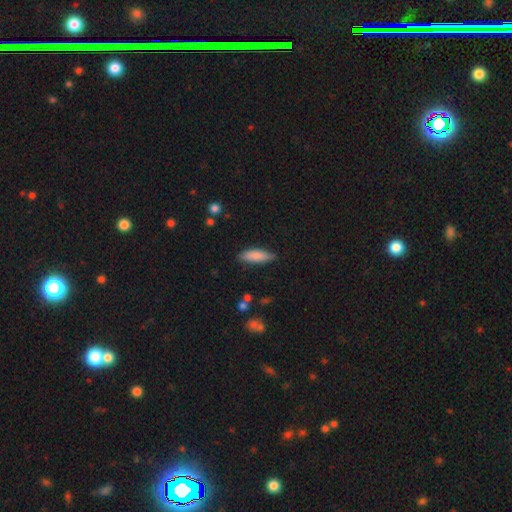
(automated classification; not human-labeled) Morphology: type=smooth (83%); roundness=in between (52%); merging=none (78%).